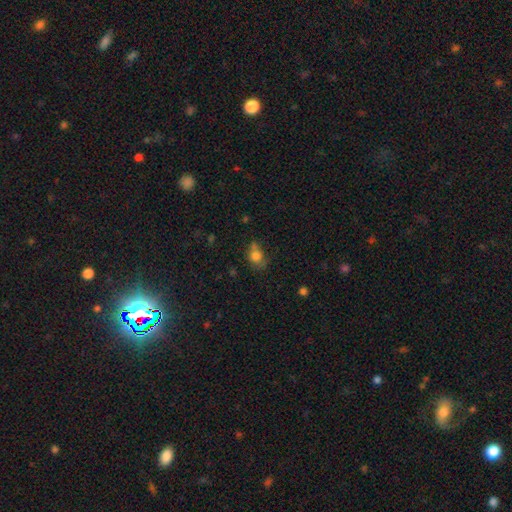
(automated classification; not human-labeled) This appears to be a smooth galaxy with no disk features (76%) that is round (57%). Merging: none (48%).